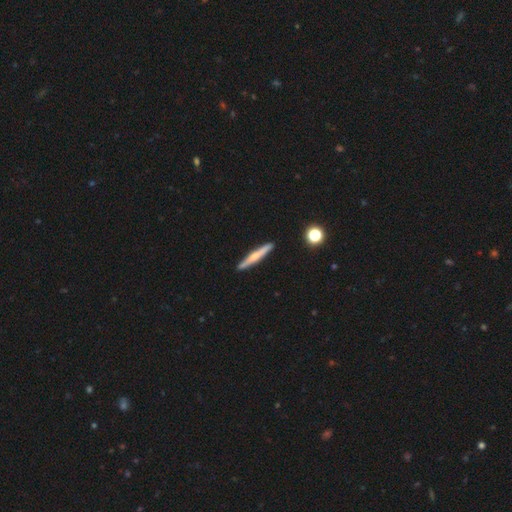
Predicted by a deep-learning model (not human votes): Smooth or featured? Predicted: featured or disk (p=0.52). Edge-on disk? Predicted: yes (p=0.97). Merging? Predicted: none (p=0.90).